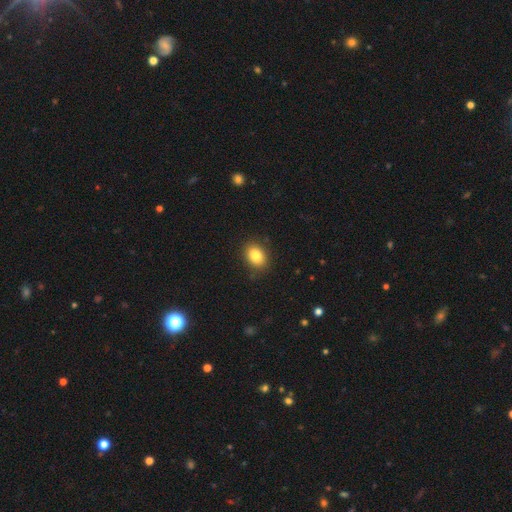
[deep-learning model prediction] Smooth or featured?
  - smooth: 83% *
  - star or artifact: 9%
  - featured or disk: 7%
How rounded?
  - in between: 66% *
  - round: 33%
  - cigar-shaped: 1%
Merging?
  - none: 87% *
  - minor disturbance: 9%
  - major disturbance: 3%
  - merger: 1%